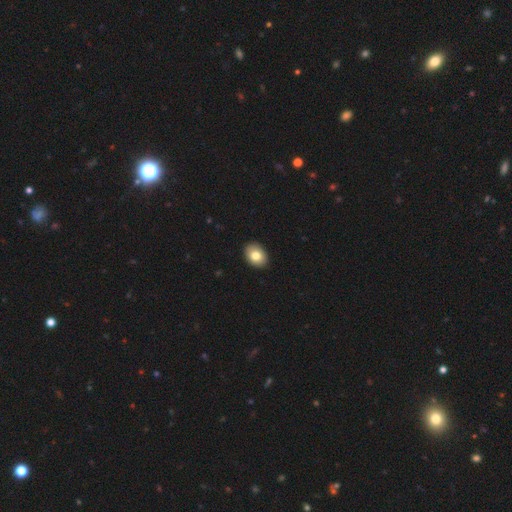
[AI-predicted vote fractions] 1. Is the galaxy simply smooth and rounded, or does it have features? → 80% smooth, 12% featured or disk, 8% star or artifact.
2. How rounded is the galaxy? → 74% in between, 25% round, 1% cigar-shaped.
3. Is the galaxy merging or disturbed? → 90% none, 7% minor disturbance, 2% major disturbance, 1% merger.